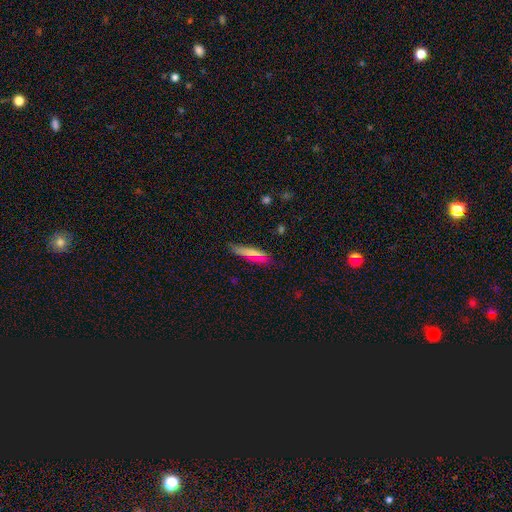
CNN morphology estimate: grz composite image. It shows a smooth galaxy with no disk features (70%) that is cigar-shaped (80%). Merging: none (70%).